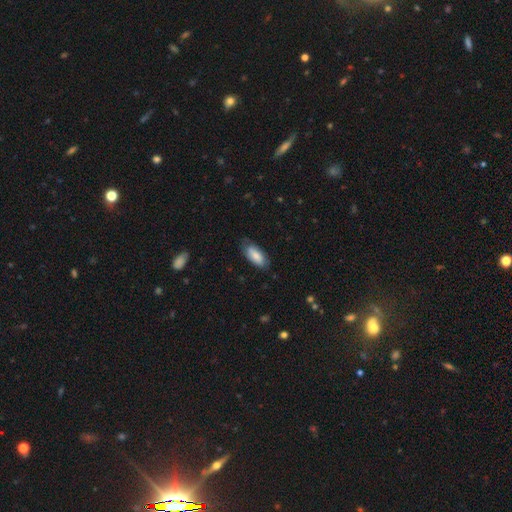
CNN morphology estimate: Smooth or featured? Predicted: smooth (p=0.80). How rounded? Predicted: in between (p=0.83). Merging? Predicted: none (p=0.70).